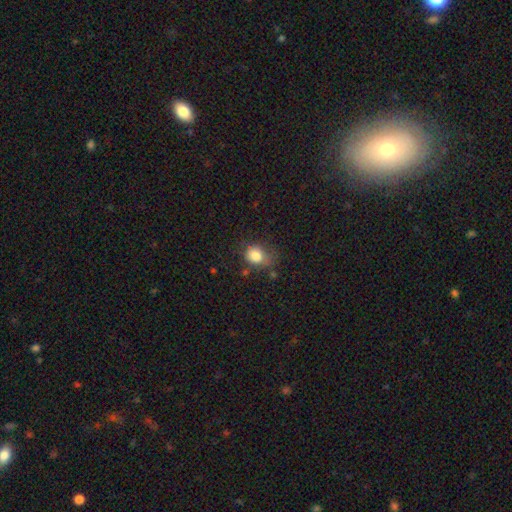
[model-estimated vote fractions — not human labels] A smooth galaxy with no disk features (82%) that is round (57%). Merging: none (51%).